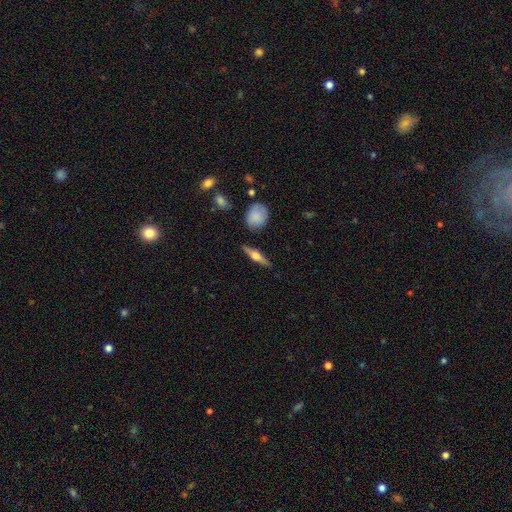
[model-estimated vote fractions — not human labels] Smooth or featured?
  - featured or disk: 66% *
  - smooth: 28%
  - star or artifact: 6%
Edge-on disk?
  - yes: 97% *
  - no: 3%
Edge-on bulge?
  - rounded: 93% *
  - boxy: 5%
  - none: 2%
Merging?
  - none: 88% *
  - minor disturbance: 8%
  - major disturbance: 2%
  - merger: 2%